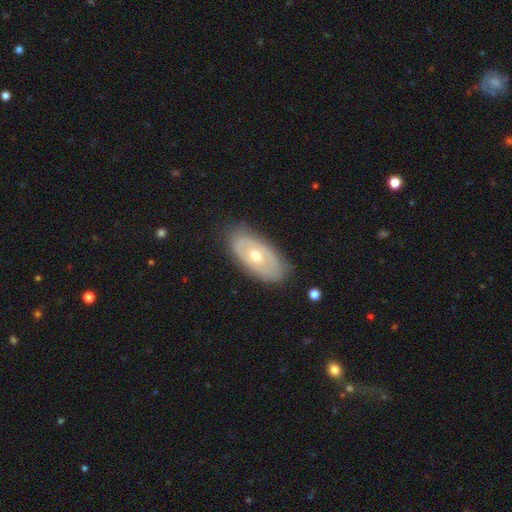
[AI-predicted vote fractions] This is possibly a featured or disk galaxy (60%). It is clearly not viewed edge-on (88%). Bar: clearly no (86%). Spiral arm pattern: likely no (77%). Central bulge: likely moderate (73%). Merging: clearly none (82%).